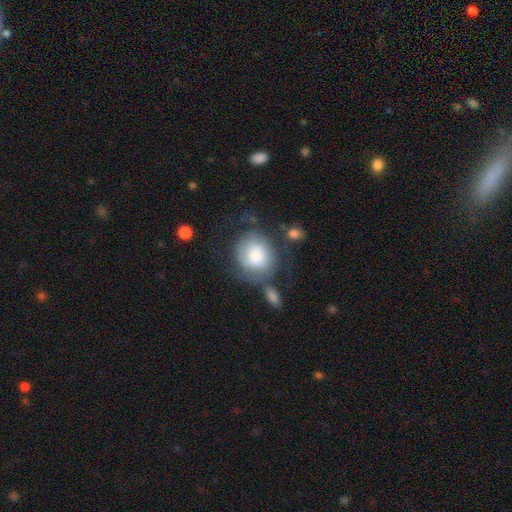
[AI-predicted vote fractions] This appears to be a smooth galaxy with no disk features (61%) that is round (75%). Merging: none (48%).